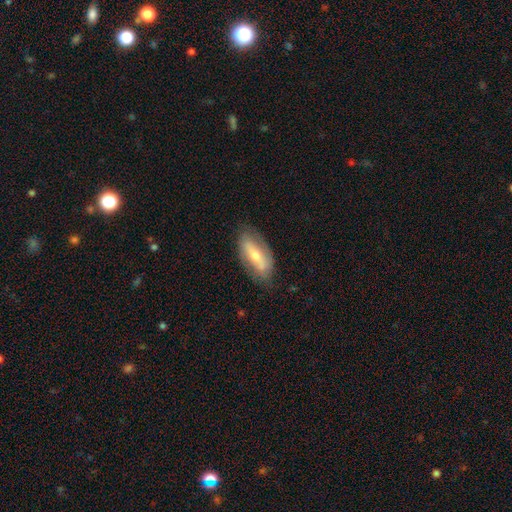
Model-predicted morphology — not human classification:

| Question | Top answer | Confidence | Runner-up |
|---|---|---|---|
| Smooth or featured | featured or disk | 50% | smooth (44%) |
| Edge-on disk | no | 83% | yes (17%) |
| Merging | none | 73% | minor disturbance (20%) |